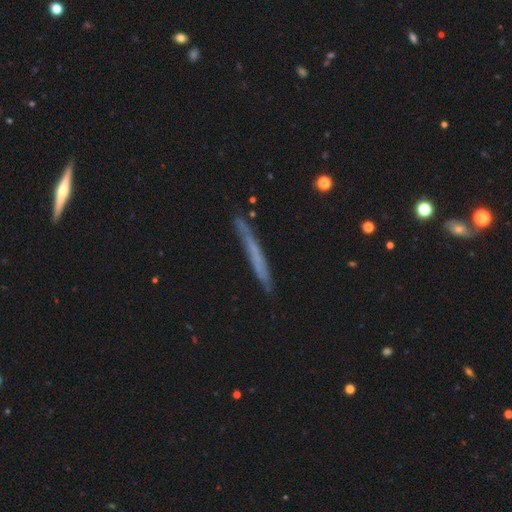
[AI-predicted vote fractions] Smooth or featured? Predicted: smooth (p=0.47). Merging? Predicted: none (p=0.81).